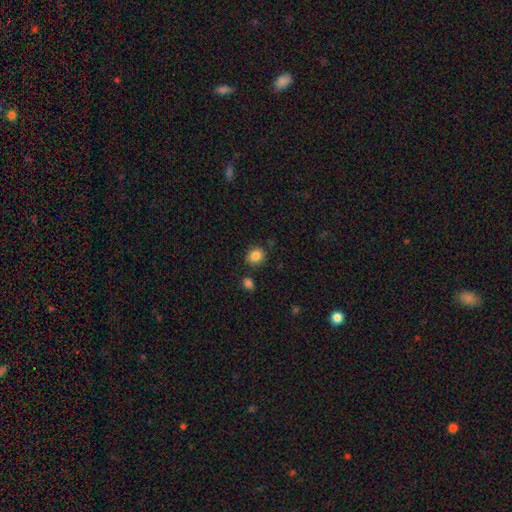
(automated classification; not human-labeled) Smooth or featured? Predicted: smooth (p=0.86). How rounded? Predicted: round (p=0.65). Merging? Predicted: none (p=0.81).